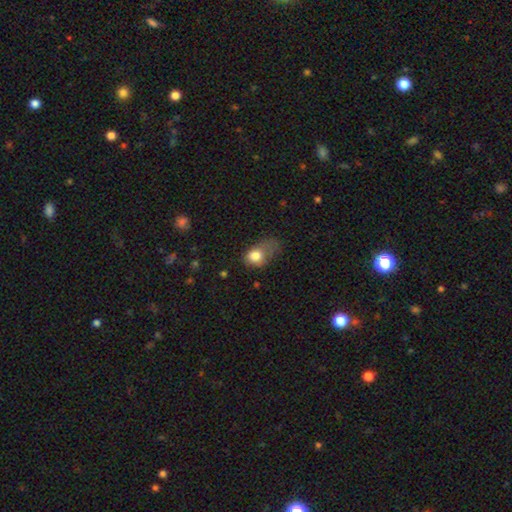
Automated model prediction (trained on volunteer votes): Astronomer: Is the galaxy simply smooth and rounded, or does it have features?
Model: smooth — 78%.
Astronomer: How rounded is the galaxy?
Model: in between — 70%.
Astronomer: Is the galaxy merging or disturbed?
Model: major disturbance — 47% (runner-up: minor disturbance, 32%).